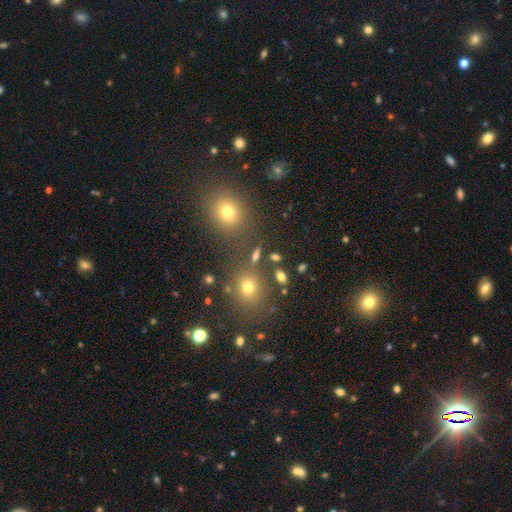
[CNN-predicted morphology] Smooth or featured: smooth — 64% (star or artifact — 23%)
How rounded: in between — 54% (round — 35%)
Merging: none — 75% (merger — 11%)